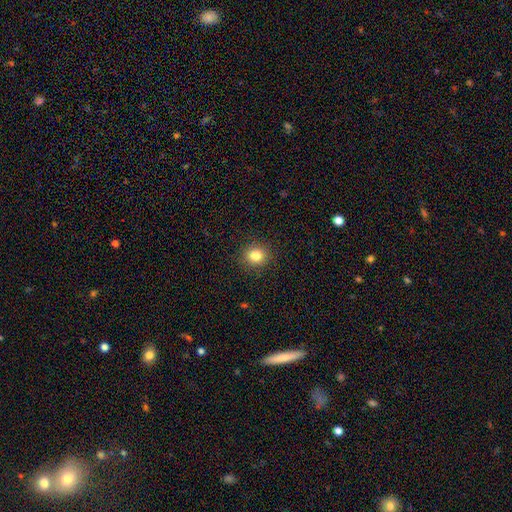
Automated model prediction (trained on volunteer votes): Morphology: type=smooth (83%); roundness=round (81%); merging=none (90%).